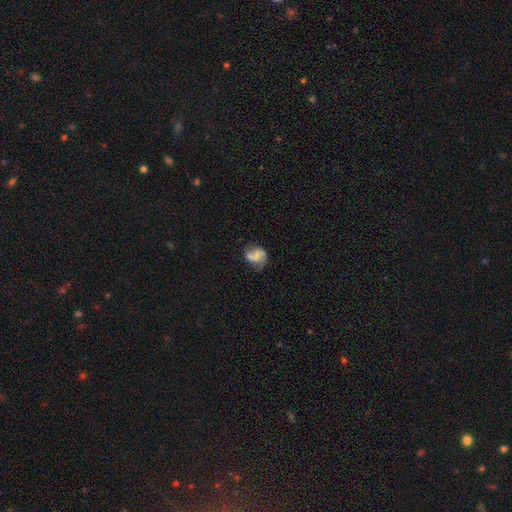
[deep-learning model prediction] Smooth or featured? Predicted: featured or disk (p=0.49). Merging? Predicted: none (p=0.49).